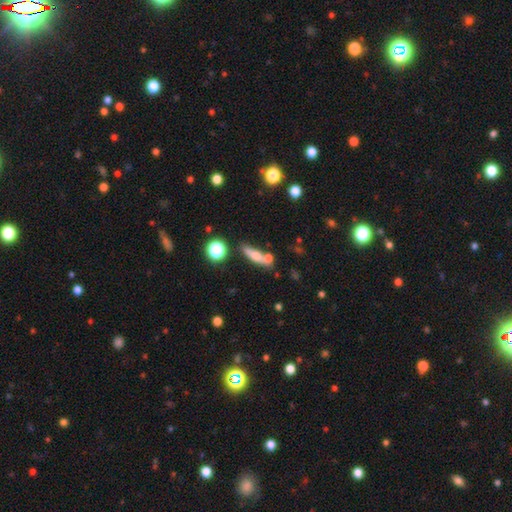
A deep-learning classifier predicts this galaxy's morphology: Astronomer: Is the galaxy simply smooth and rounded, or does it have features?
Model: smooth — 57%.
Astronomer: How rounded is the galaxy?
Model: cigar-shaped — 56% (runner-up: in between, 35%).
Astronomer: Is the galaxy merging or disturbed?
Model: none — 50% (runner-up: merger, 27%).